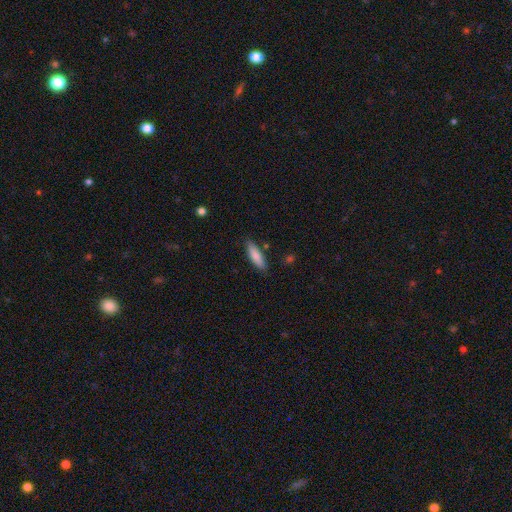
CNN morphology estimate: type=smooth (83%); roundness=cigar-shaped (57%); merging=none (85%).